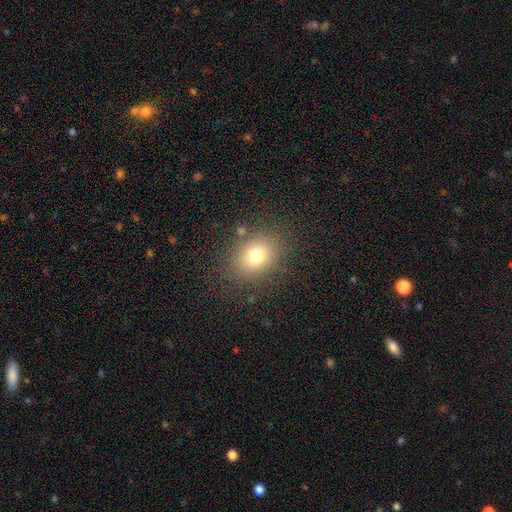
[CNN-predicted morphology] A smooth galaxy with no disk features (74%) that is in between round and cigar-shaped (51%). Merging: none (82%).